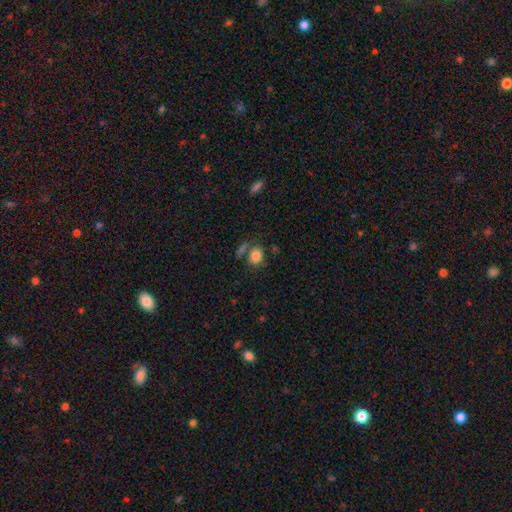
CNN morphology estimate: Smooth or featured? smooth (82%)
How rounded? in between (55%)
Merging? none (58%)